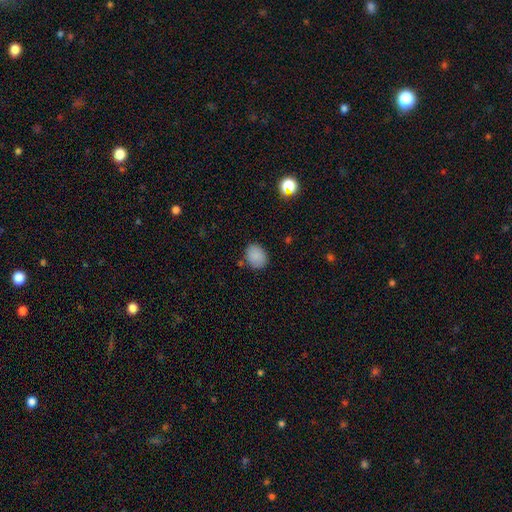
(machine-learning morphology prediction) A smooth galaxy with no disk features (87%) that is round (57%). Merging: none (81%).